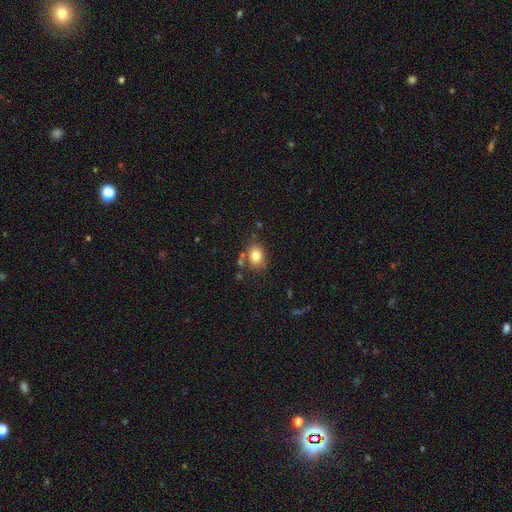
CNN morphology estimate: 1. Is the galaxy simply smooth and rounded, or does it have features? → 81% smooth, 10% star or artifact, 9% featured or disk.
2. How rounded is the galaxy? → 51% in between, 48% round, 1% cigar-shaped.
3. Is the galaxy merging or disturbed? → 73% none, 15% minor disturbance, 8% merger, 4% major disturbance.